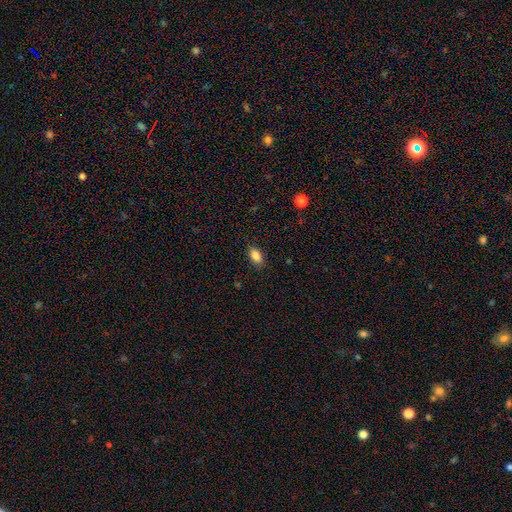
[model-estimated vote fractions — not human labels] smooth 83%, star or artifact 9%, featured or disk 8%. Down the decision tree: how rounded — in between (87%); merging — none (86%).